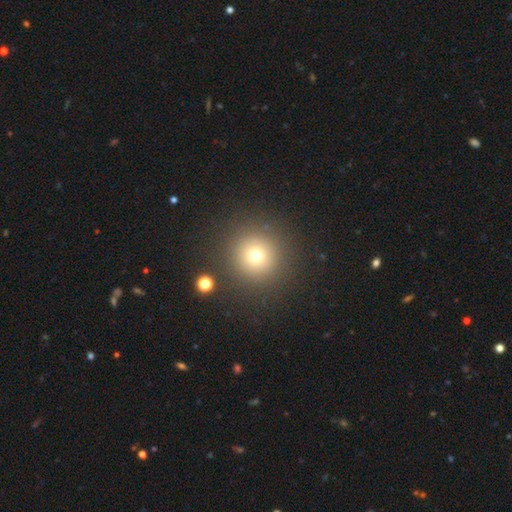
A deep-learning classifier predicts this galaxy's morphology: smooth 71%, star or artifact 18%, featured or disk 11%. Down the decision tree: how rounded — round (95%); merging — none (88%).